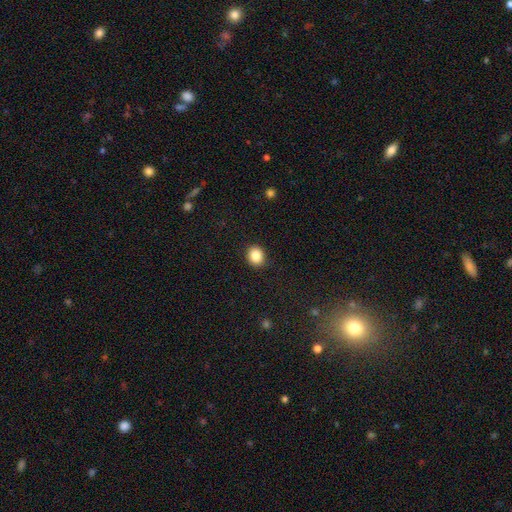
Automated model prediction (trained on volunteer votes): The model was most divided on "how rounded": round: 72%, in between: 28%, cigar-shaped: 1%. More confident: merging — none (91%); smooth or featured — smooth (86%).